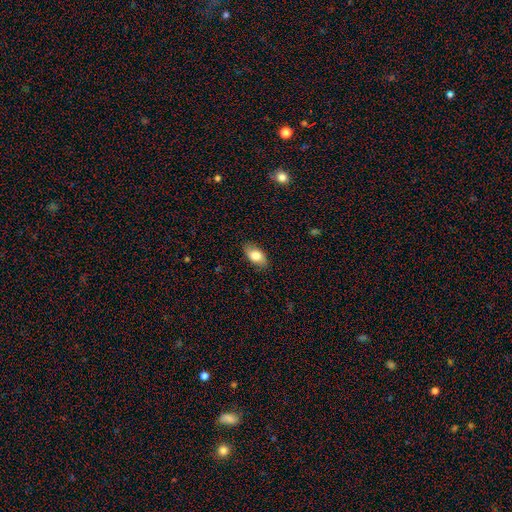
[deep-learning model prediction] This is likely a smooth galaxy (78%). How rounded: clearly in between (90%). Merging: clearly none (85%).